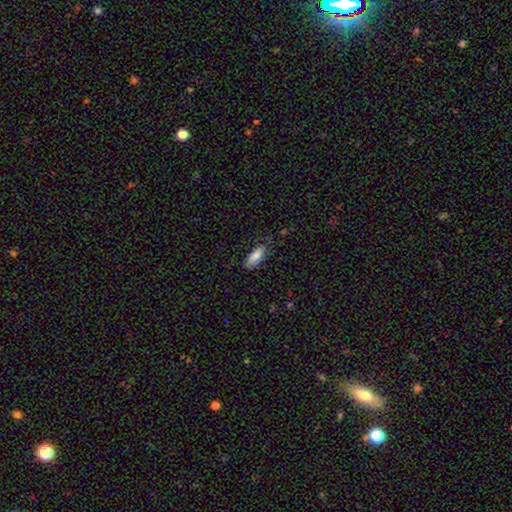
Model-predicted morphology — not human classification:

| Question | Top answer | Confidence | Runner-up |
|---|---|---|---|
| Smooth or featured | smooth | 83% | featured or disk (10%) |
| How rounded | in between | 79% | cigar-shaped (19%) |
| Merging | none | 70% | minor disturbance (22%) |